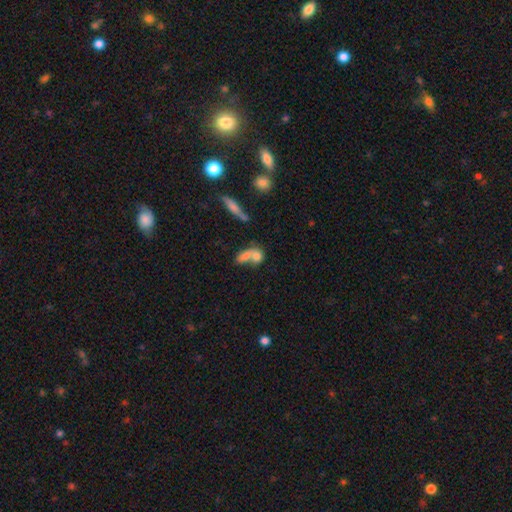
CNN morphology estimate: Overall: smooth (71%). How rounded: in between (56%; round 36%). Merging: merger (61%; none 25%).